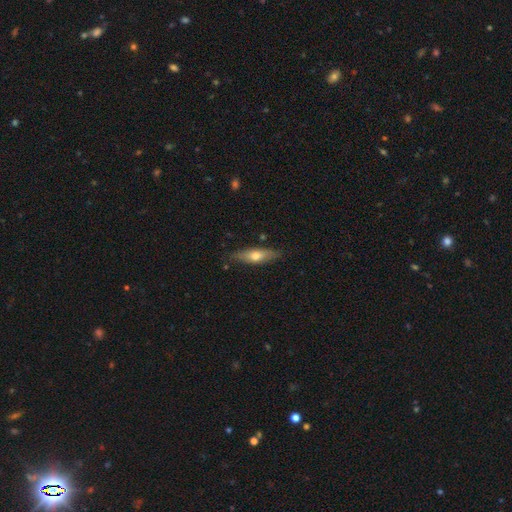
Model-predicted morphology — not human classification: Smooth or featured: smooth — 55% (featured or disk — 39%)
How rounded: cigar-shaped — 60% (in between — 37%)
Merging: none — 83% (minor disturbance — 13%)